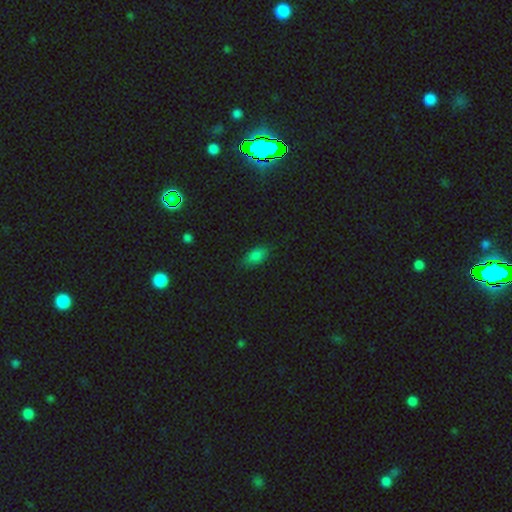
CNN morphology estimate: The model was most divided on "merging": none: 79%, minor disturbance: 16%, major disturbance: 3%, merger: 1%. More confident: how rounded — in between (89%); smooth or featured — smooth (81%).